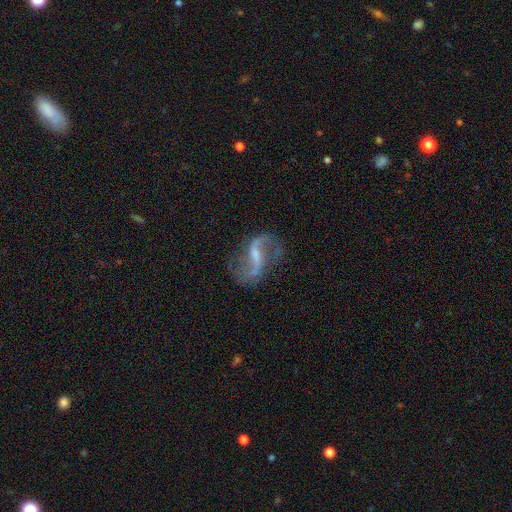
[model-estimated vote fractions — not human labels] Smooth or featured?
  - featured or disk: 87% *
  - smooth: 6%
  - star or artifact: 6%
Edge-on disk?
  - no: 97% *
  - yes: 3%
Bar?
  - weak: 47% *
  - strong: 36%
  - no: 16%
Spiral arms?
  - yes: 94% *
  - no: 6%
Spiral winding?
  - loose: 80% *
  - medium: 16%
  - tight: 3%
Spiral arm count?
  - 2: 92% *
  - 1: 3%
  - can't tell: 2%
  - 3: 1%
  - 4: 1%
  - more than 4: 1%
Bulge size?
  - small: 46% *
  - none: 27%
  - moderate: 23%
  - large: 2%
  - dominant: 1%
Merging?
  - none: 71% *
  - minor disturbance: 16%
  - major disturbance: 11%
  - merger: 2%